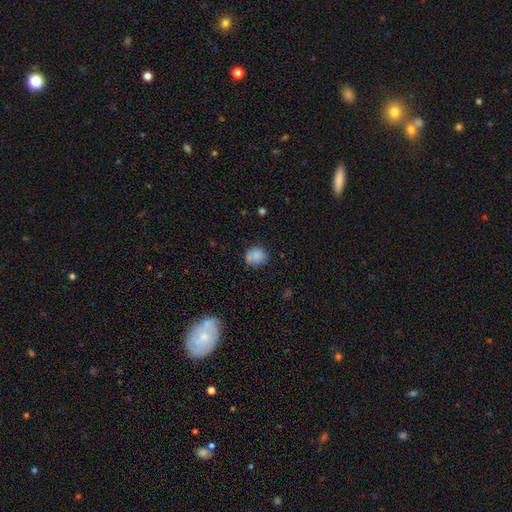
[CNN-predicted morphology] smooth-or-featured: smooth: 84% | star or artifact: 9% | featured or disk: 7%
  how-rounded: round: 78% | in between: 21% | cigar-shaped: 1%
  merging: none: 72% | minor disturbance: 21% | major disturbance: 5% | merger: 3%